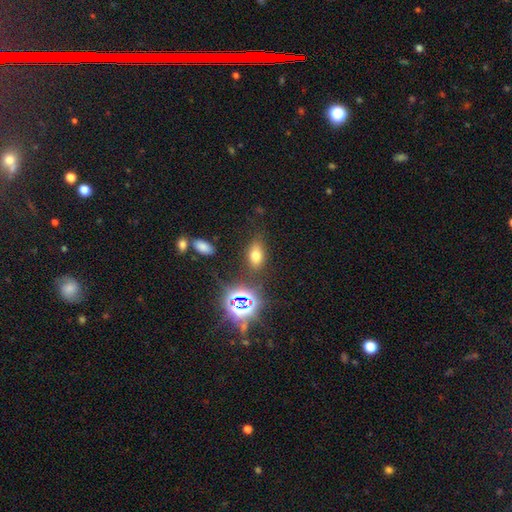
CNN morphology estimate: type=smooth (62%); roundness=in between (84%); merging=none (80%).